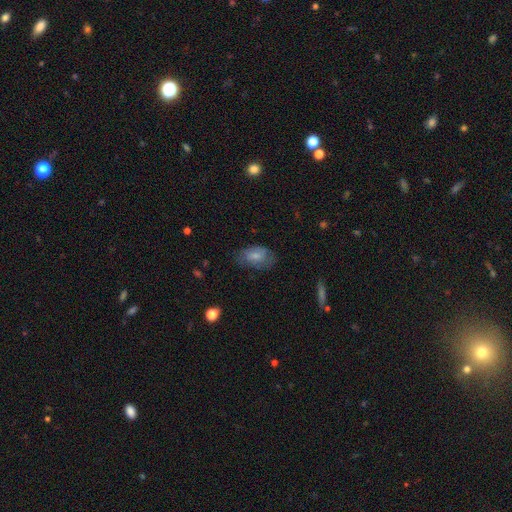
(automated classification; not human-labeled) Morphology: type=smooth (67%); roundness=in between (88%); merging=none (66%).